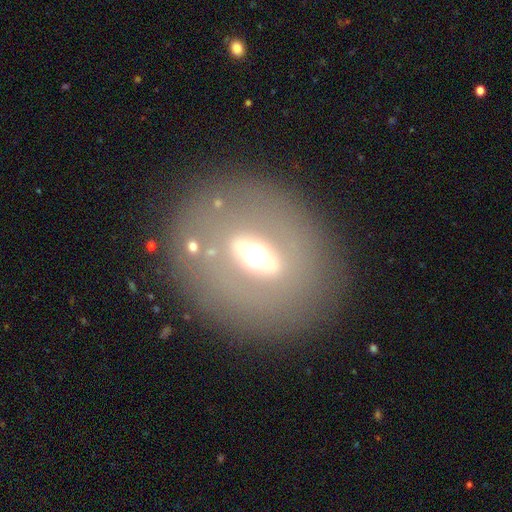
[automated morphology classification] This appears to be a featured or disk galaxy (53%). Merging: none (79%).